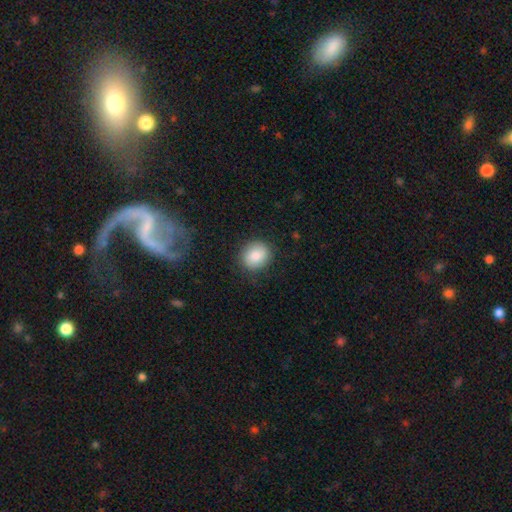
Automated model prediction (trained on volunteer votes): smooth 85%, featured or disk 8%, star or artifact 7%. Down the decision tree: how rounded — round (69%); merging — none (83%).